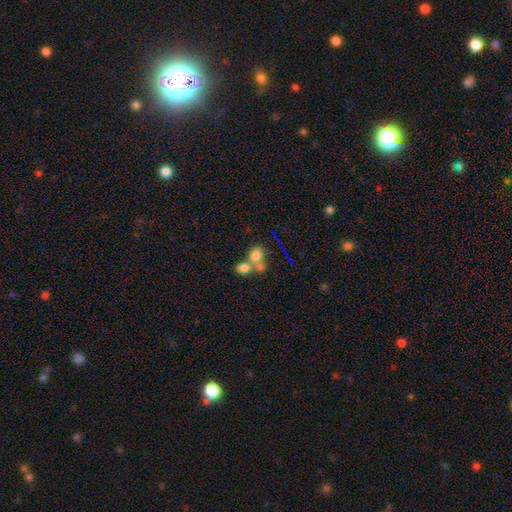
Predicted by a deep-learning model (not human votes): smooth 75%, featured or disk 13%, star or artifact 12%. Down the decision tree: how rounded — round (50%); merging — merger (58%).